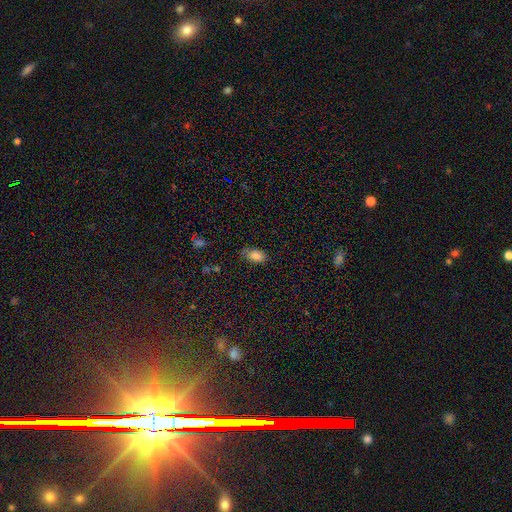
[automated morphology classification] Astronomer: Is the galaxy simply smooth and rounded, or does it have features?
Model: smooth — 82%.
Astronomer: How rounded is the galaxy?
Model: in between — 91%.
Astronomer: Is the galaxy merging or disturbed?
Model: none — 71%.